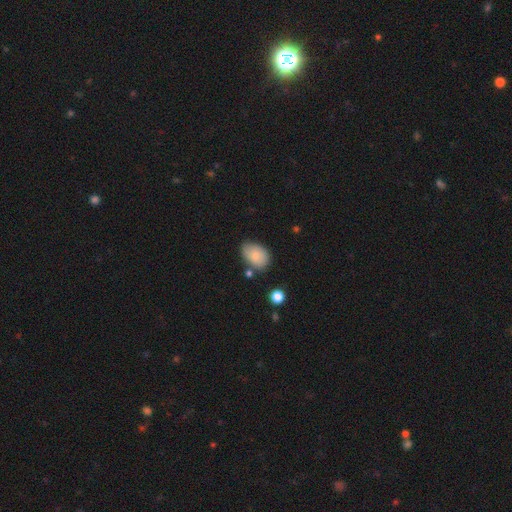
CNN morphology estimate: Smooth or featured?
  - smooth: 83% *
  - featured or disk: 10%
  - star or artifact: 7%
How rounded?
  - in between: 85% *
  - round: 14%
  - cigar-shaped: 1%
Merging?
  - none: 67% *
  - minor disturbance: 22%
  - merger: 6%
  - major disturbance: 5%